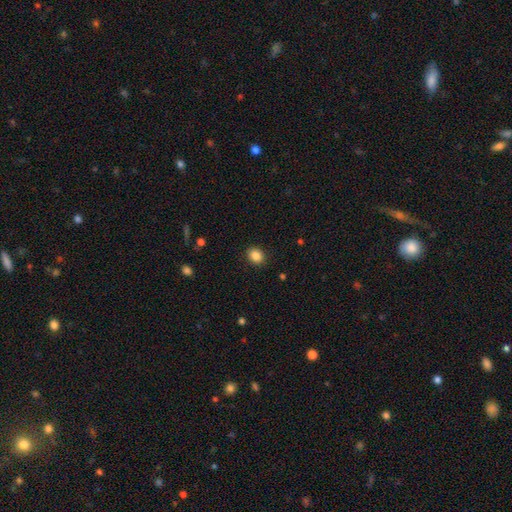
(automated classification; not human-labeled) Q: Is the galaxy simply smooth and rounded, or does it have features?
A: smooth — 87%.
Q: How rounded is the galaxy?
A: round — 51%.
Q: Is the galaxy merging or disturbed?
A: none — 90%.